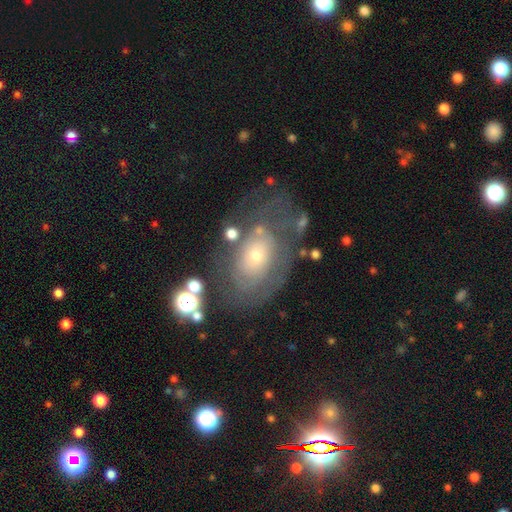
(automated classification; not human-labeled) Overall: featured or disk (63%; smooth 26%). Edge-on disk: no (94%). Bar: no (86%). Spiral arms: yes (58%; no 42%). Bulge size: small (65%; moderate 29%). Merging: none (54%; minor disturbance 21%).